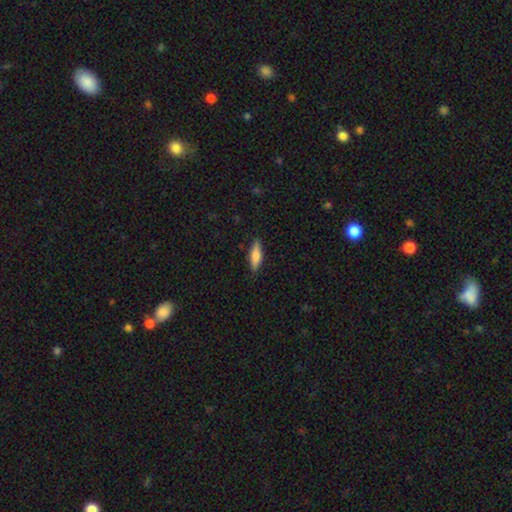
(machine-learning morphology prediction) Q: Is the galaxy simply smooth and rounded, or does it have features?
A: smooth — 75%.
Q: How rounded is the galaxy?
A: cigar-shaped — 58%.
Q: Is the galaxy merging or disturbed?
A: none — 87%.